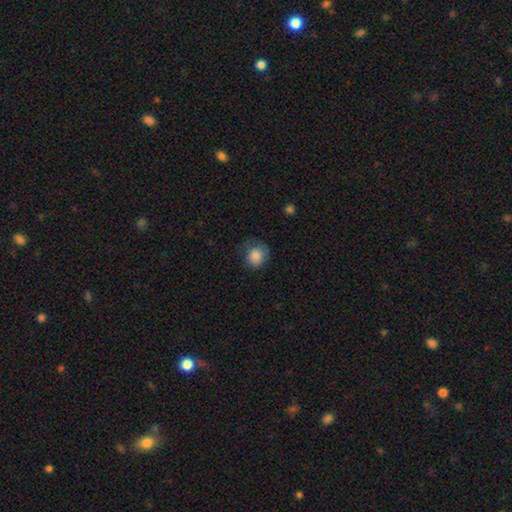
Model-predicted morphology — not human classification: The model was most divided on "merging": none: 64%, minor disturbance: 25%, major disturbance: 10%, merger: 1%. More confident: smooth or featured — smooth (85%); how rounded — round (76%).